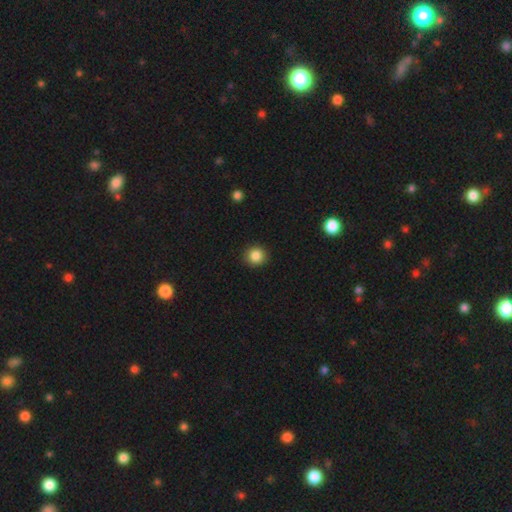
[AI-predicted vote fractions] A smooth galaxy with no disk features (86%) that is round (90%).

Vote fractions:
- Smooth or featured? smooth: 86% / star or artifact: 10% / featured or disk: 4%
- How rounded? round: 90% / in between: 9% / cigar-shaped: 1%
- Merging? none: 91% / minor disturbance: 6% / major disturbance: 2% / merger: 1%